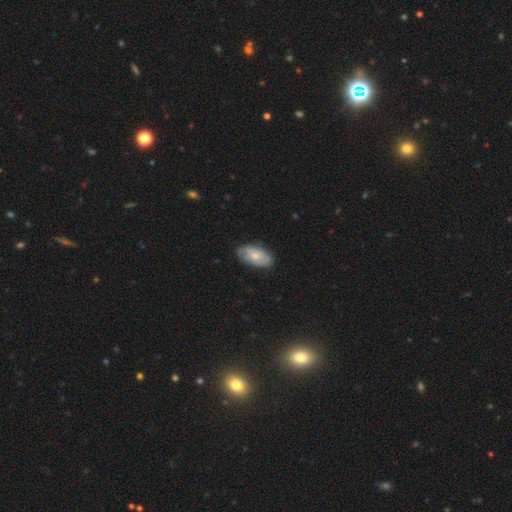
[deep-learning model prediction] Q: Smooth or featured?
A: smooth (61%); runner-up: featured or disk (33%)
Q: How rounded?
A: in between (93%); runner-up: round (4%)
Q: Merging?
A: none (76%); runner-up: minor disturbance (19%)